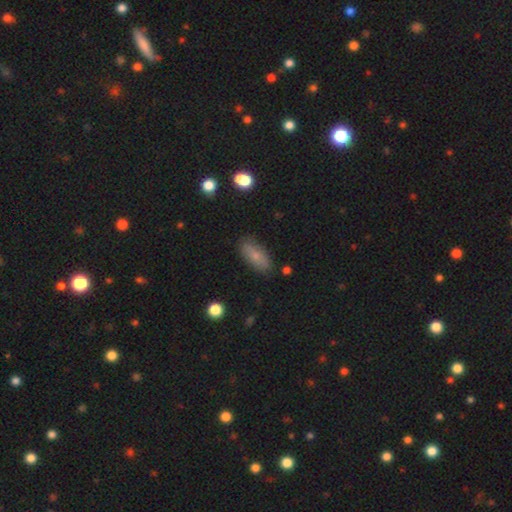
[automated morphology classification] Smooth or featured?
  - smooth: 73% *
  - featured or disk: 19%
  - star or artifact: 8%
How rounded?
  - in between: 81% *
  - cigar-shaped: 15%
  - round: 3%
Merging?
  - none: 80% *
  - minor disturbance: 15%
  - major disturbance: 3%
  - merger: 2%